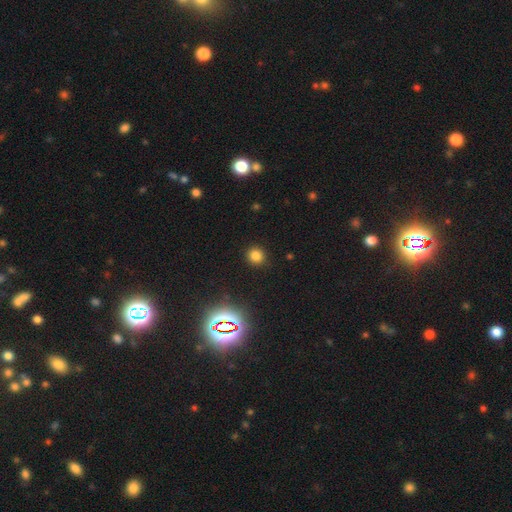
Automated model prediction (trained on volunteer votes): This appears to be a smooth galaxy with no disk features (78%) that is round (89%). Merging: none (90%).